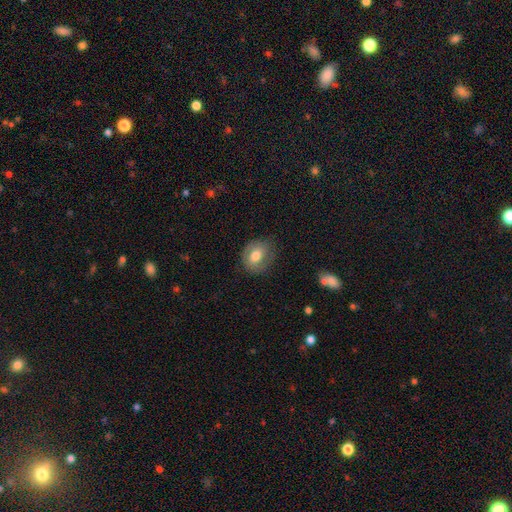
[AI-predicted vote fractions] Smooth or featured: smooth — 62% (featured or disk — 30%)
How rounded: round — 57% (in between — 42%)
Merging: none — 72% (minor disturbance — 20%)